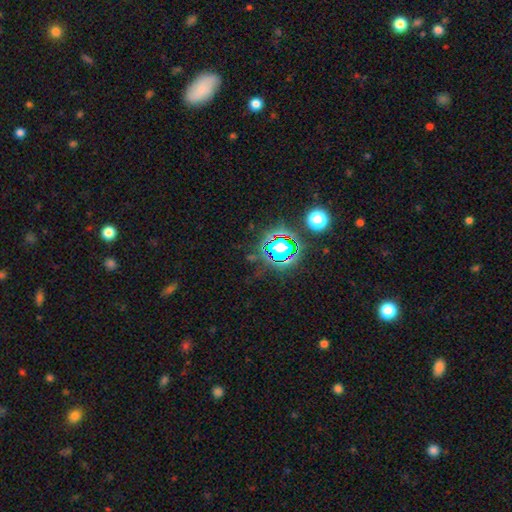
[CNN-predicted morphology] smooth_or_featured: star or artifact (p=0.71) [alt: smooth p=0.19]